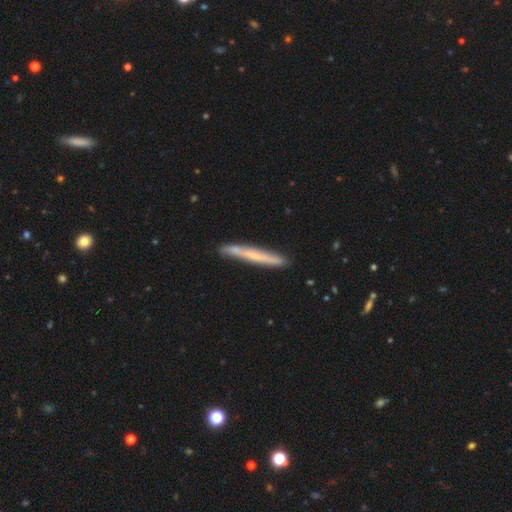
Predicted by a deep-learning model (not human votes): Q: Smooth or featured?
A: smooth (48%); runner-up: featured or disk (46%)
Q: Merging?
A: none (85%); runner-up: minor disturbance (11%)